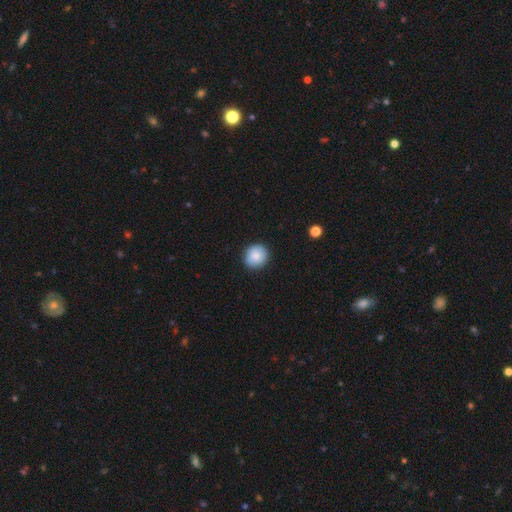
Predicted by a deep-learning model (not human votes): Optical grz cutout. It shows a smooth galaxy with no disk features (83%) that is round (88%). Merging: none (89%).